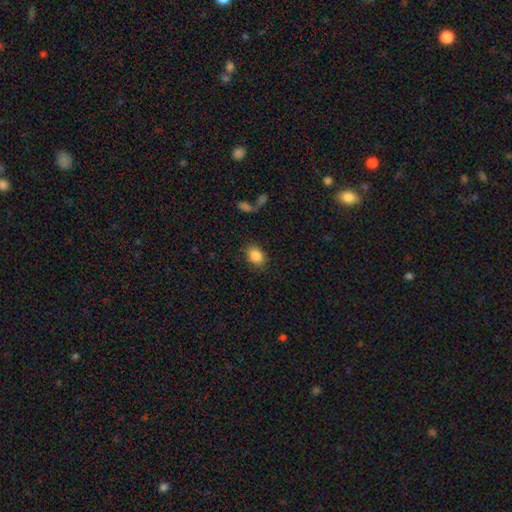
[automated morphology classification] A smooth galaxy with no disk features (86%) that is in between round and cigar-shaped (67%).

Vote fractions:
- Smooth or featured? smooth: 86% / star or artifact: 8% / featured or disk: 5%
- How rounded? in between: 67% / round: 32% / cigar-shaped: 1%
- Merging? none: 84% / minor disturbance: 10% / major disturbance: 4% / merger: 2%